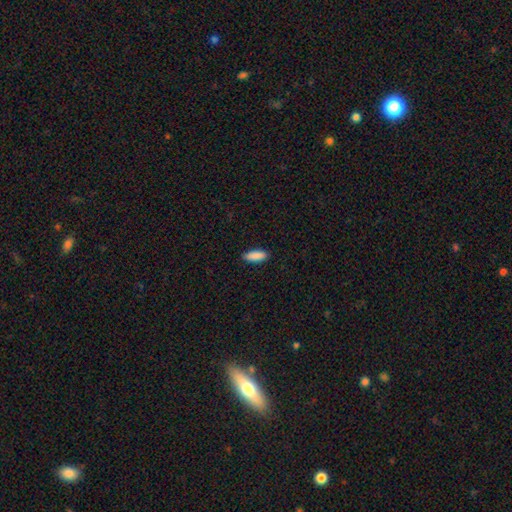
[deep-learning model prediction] Overall: smooth (90%). How rounded: in between (72%). Merging: none (88%).